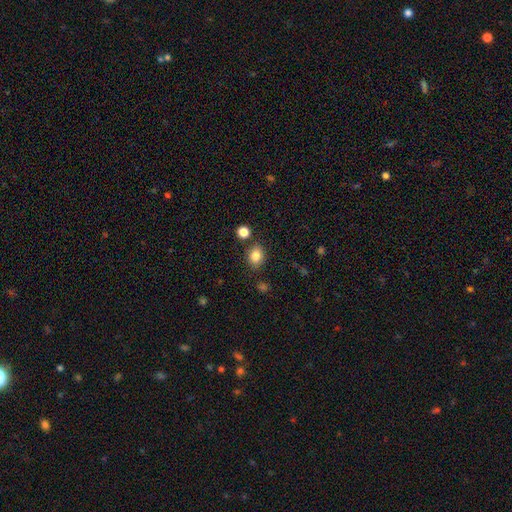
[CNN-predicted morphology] Smooth or featured?
  - smooth: 83% *
  - star or artifact: 11%
  - featured or disk: 6%
How rounded?
  - round: 54% *
  - in between: 45%
  - cigar-shaped: 1%
Merging?
  - none: 81% *
  - minor disturbance: 10%
  - merger: 5%
  - major disturbance: 3%